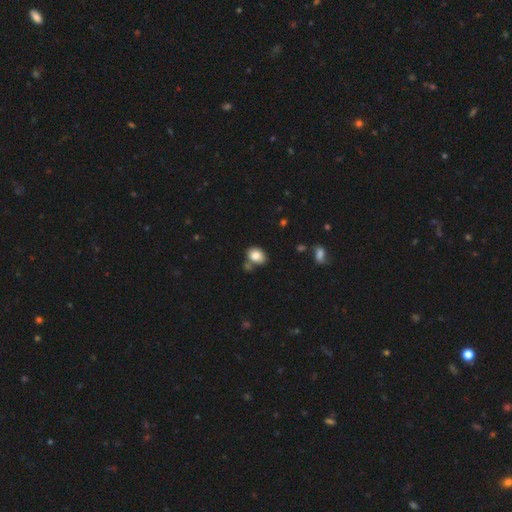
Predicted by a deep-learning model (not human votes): The model was most divided on "how rounded": in between: 59%, round: 40%, cigar-shaped: 1%. More confident: smooth or featured — smooth (82%); merging — none (63%).